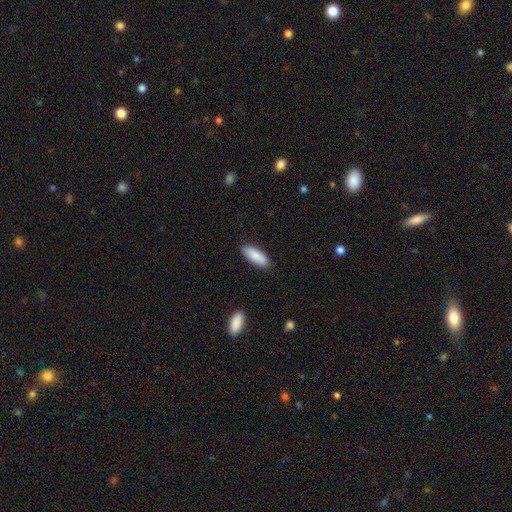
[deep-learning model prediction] This appears to be a smooth galaxy with no disk features (87%) that is in between round and cigar-shaped (75%). Merging: none (88%).